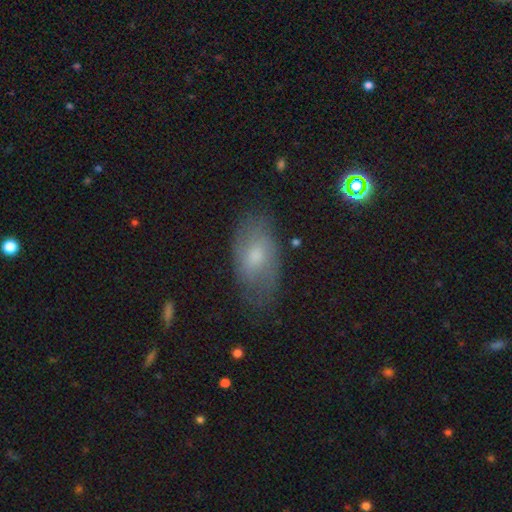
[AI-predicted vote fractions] The model was most divided on "smooth or featured": smooth: 54%, featured or disk: 37%, star or artifact: 9%. More confident: how rounded — in between (92%); merging — none (69%).